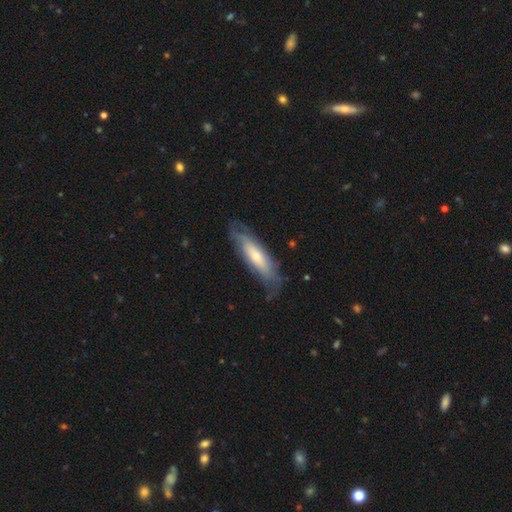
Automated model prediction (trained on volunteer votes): Smooth or featured: featured or disk — 52% (smooth — 42%)
Edge-on disk: no — 56% (yes — 44%)
Merging: none — 70% (minor disturbance — 21%)